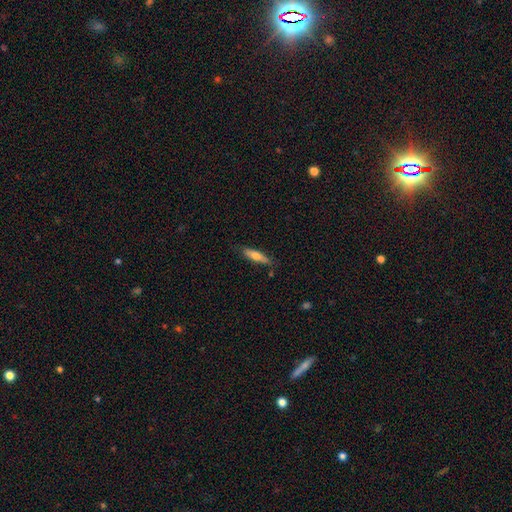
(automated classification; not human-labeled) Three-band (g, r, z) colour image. It shows a smooth galaxy with no disk features (62%) that is cigar-shaped (71%). Merging: none (79%).